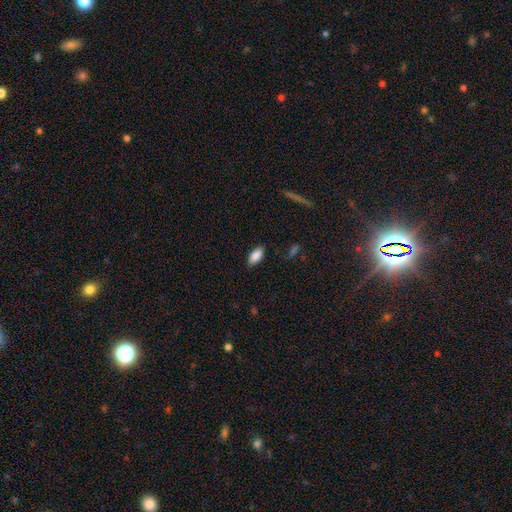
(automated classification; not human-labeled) smooth-or-featured: smooth: 88% | star or artifact: 7% | featured or disk: 5%
  how-rounded: in between: 89% | cigar-shaped: 9% | round: 2%
  merging: none: 85% | minor disturbance: 11% | major disturbance: 2% | merger: 1%